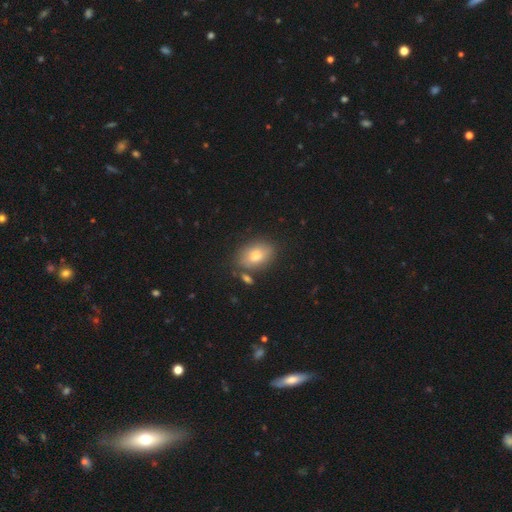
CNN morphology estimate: A smooth galaxy with no disk features (77%) that is in between round and cigar-shaped (82%). Merging: none (76%).